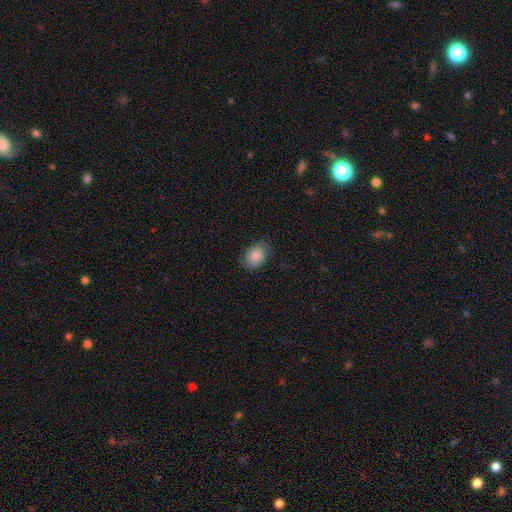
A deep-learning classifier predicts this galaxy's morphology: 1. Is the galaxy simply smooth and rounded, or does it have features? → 83% smooth, 10% featured or disk, 7% star or artifact.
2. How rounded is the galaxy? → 77% in between, 22% round, 1% cigar-shaped.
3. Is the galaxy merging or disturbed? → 75% none, 18% minor disturbance, 5% major disturbance, 1% merger.